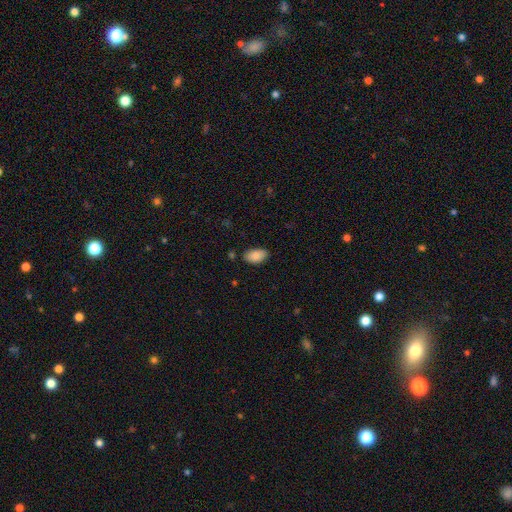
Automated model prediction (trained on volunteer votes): This appears to be a smooth galaxy with no disk features (87%) that is in between round and cigar-shaped (95%). Merging: none (82%).